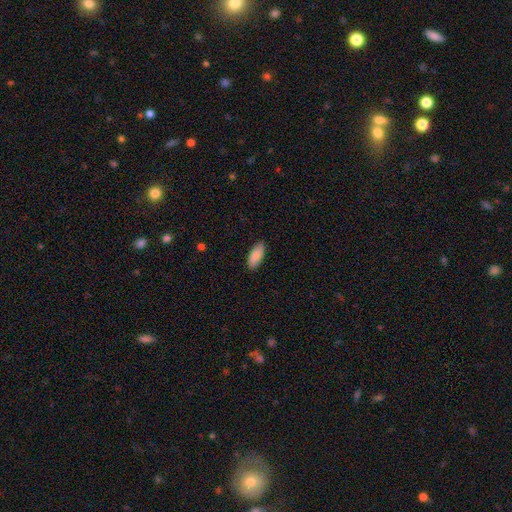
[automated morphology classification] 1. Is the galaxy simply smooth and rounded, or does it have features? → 88% smooth, 6% featured or disk, 6% star or artifact.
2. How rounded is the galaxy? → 82% in between, 17% cigar-shaped, 2% round.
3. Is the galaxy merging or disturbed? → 87% none, 10% minor disturbance, 2% major disturbance, 1% merger.